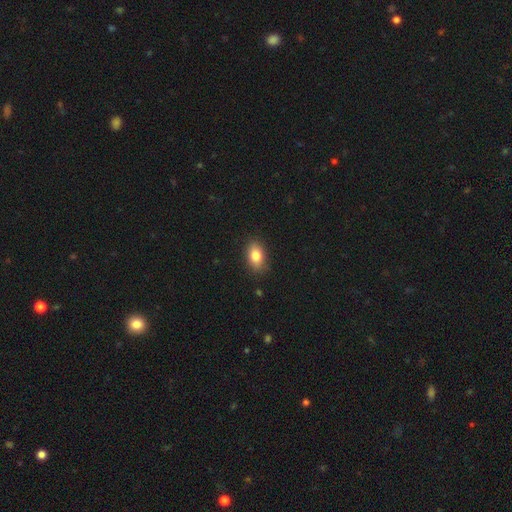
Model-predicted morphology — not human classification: Smooth or featured: smooth — 83% (featured or disk — 9%)
How rounded: in between — 85% (round — 12%)
Merging: none — 85% (minor disturbance — 12%)